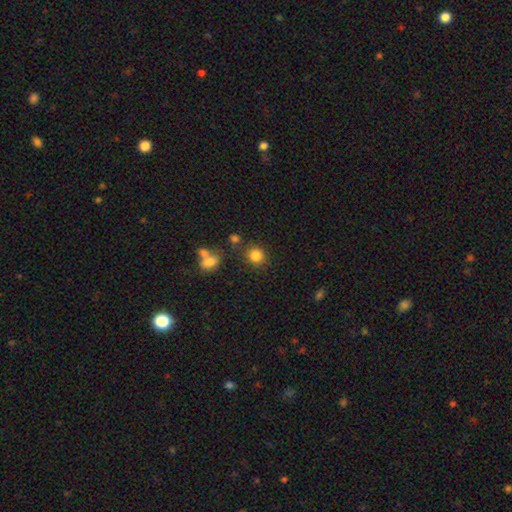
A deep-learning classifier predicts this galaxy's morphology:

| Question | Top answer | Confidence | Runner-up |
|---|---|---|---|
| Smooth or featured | smooth | 84% | star or artifact (11%) |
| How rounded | round | 85% | in between (14%) |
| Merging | none | 78% | minor disturbance (10%) |